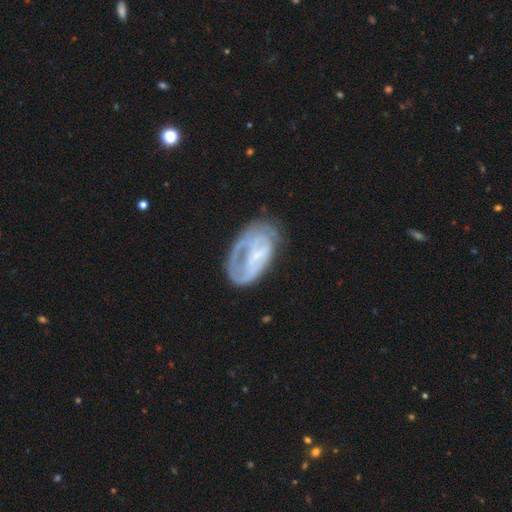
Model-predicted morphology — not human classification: smooth_or_featured: featured or disk (p=0.66) [alt: smooth p=0.26]
disk_edge_on: no (p=0.96) [alt: yes p=0.04]
bar: no (p=0.41) [alt: weak p=0.38]
has_spiral_arms: yes (p=0.66) [alt: no p=0.34]
bulge_size: small (p=0.45) [alt: none p=0.33]
merging: none (p=0.45) [alt: major disturbance p=0.26]